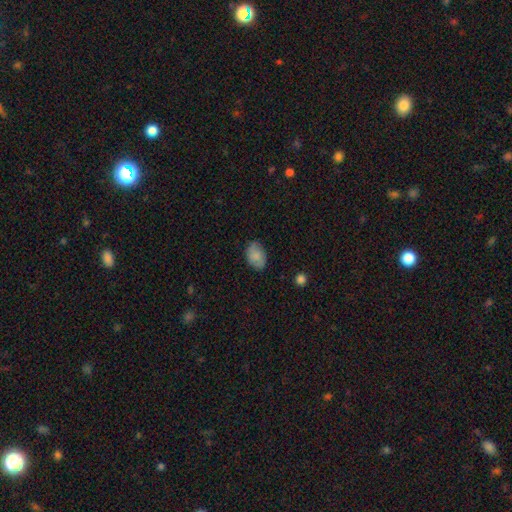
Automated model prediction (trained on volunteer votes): Smooth or featured: smooth — 78% (featured or disk — 14%)
How rounded: in between — 85% (round — 14%)
Merging: none — 77% (minor disturbance — 18%)